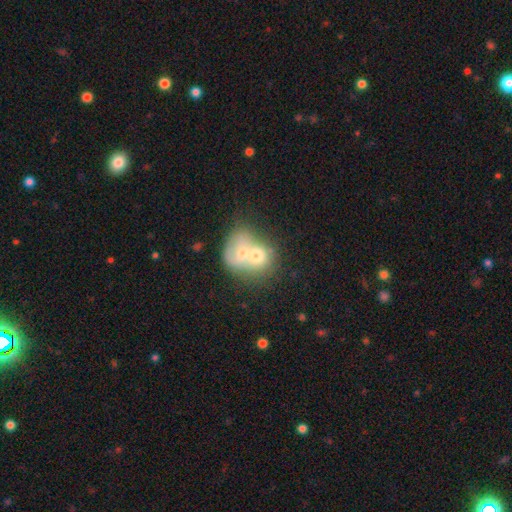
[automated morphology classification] type=smooth (60%); roundness=round (61%); merging=merger (77%).